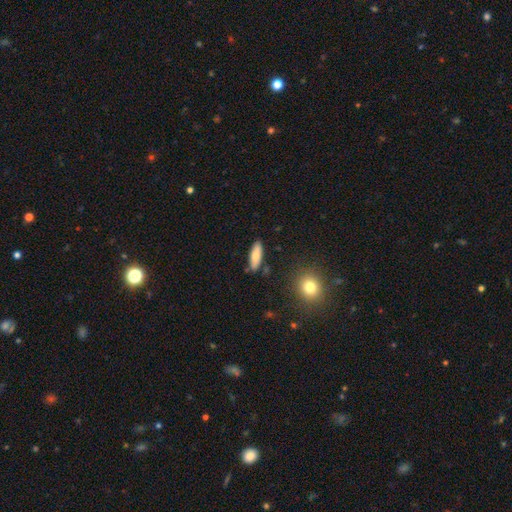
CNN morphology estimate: smooth_or_featured: smooth (p=0.80) [alt: featured or disk p=0.14]
how_rounded: in between (p=0.52) [alt: cigar-shaped p=0.46]
merging: none (p=0.83) [alt: minor disturbance p=0.11]